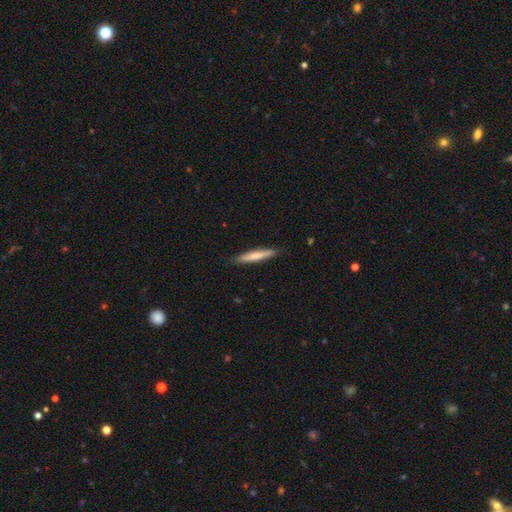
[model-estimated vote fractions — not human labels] Smooth or featured?
  - smooth: 72% *
  - featured or disk: 22%
  - star or artifact: 5%
How rounded?
  - cigar-shaped: 93% *
  - in between: 5%
  - round: 1%
Merging?
  - none: 88% *
  - minor disturbance: 10%
  - major disturbance: 2%
  - merger: 1%